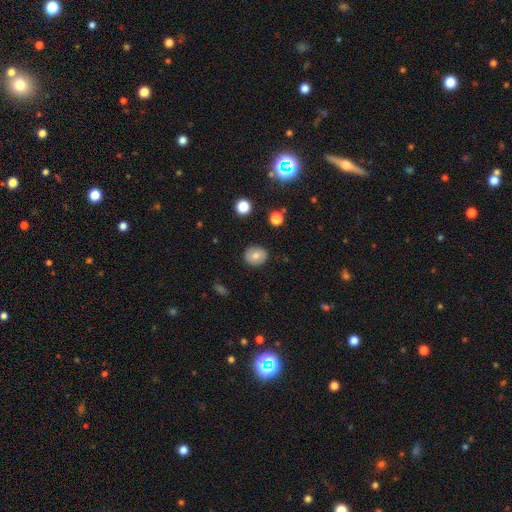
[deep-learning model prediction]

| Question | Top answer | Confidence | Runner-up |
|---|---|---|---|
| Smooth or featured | smooth | 74% | featured or disk (17%) |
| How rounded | round | 72% | in between (27%) |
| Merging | none | 87% | minor disturbance (9%) |